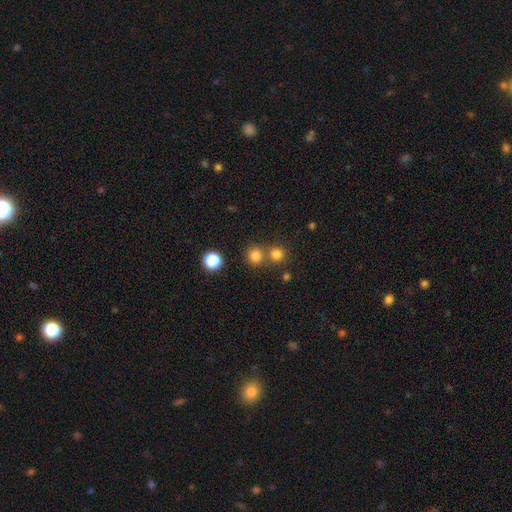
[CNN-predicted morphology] Overall: smooth (79%). How rounded: round (91%). Merging: none (68%).